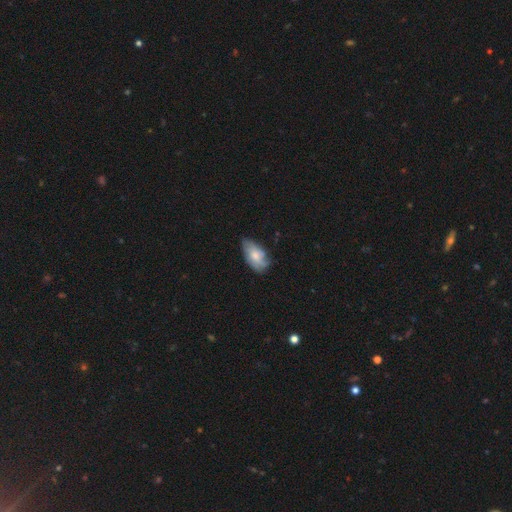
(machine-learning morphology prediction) smooth-or-featured: smooth: 58% | featured or disk: 35% | star or artifact: 7%
  how-rounded: in between: 91% | cigar-shaped: 5% | round: 4%
  merging: none: 53% | minor disturbance: 34% | major disturbance: 11% | merger: 2%